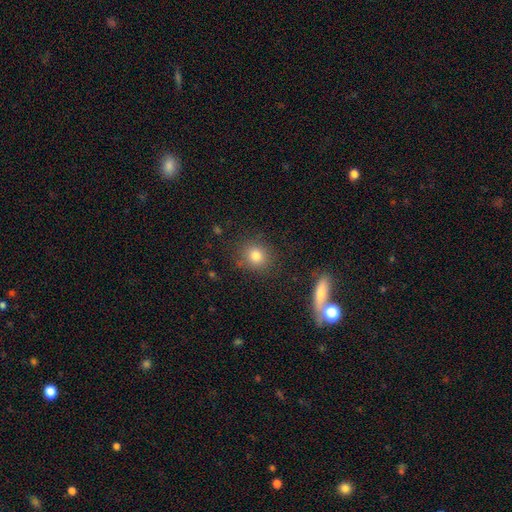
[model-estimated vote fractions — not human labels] The model was most divided on "how rounded": round: 81%, in between: 17%, cigar-shaped: 1%. More confident: merging — none (85%); smooth or featured — smooth (80%).